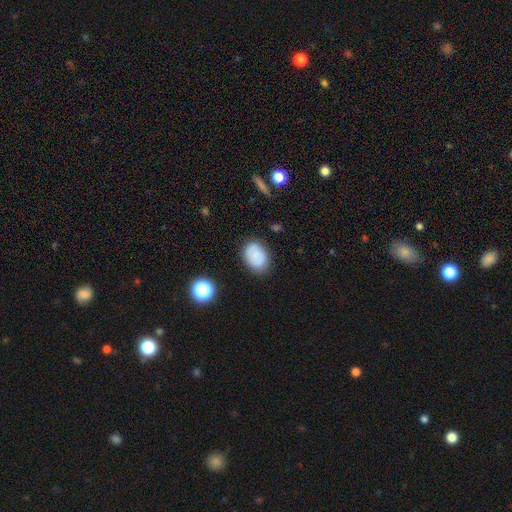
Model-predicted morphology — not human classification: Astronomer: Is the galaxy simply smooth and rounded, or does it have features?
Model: smooth — 79%.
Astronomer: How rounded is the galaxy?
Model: in between — 75%.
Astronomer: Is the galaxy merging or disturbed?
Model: none — 81%.